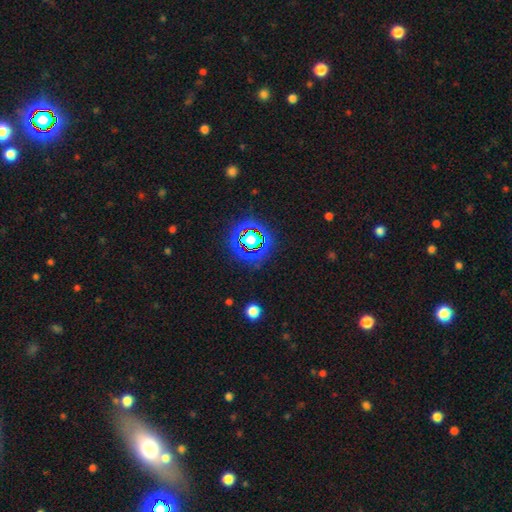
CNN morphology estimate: Q: Smooth or featured?
A: star or artifact (60%); runner-up: smooth (26%)